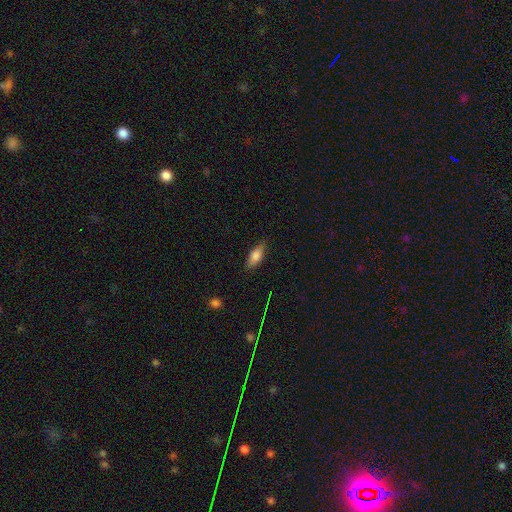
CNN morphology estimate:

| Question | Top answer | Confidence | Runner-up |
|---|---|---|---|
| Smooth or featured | smooth | 75% | featured or disk (18%) |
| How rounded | in between | 73% | cigar-shaped (24%) |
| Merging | none | 84% | minor disturbance (12%) |